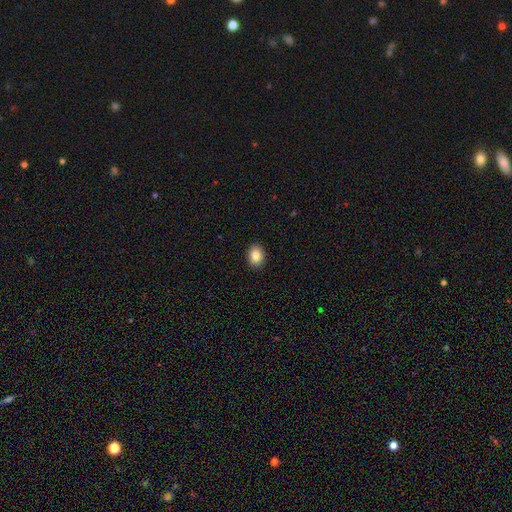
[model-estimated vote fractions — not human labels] Smooth or featured: smooth — 86% (star or artifact — 8%)
How rounded: in between — 64% (round — 35%)
Merging: none — 91% (minor disturbance — 7%)